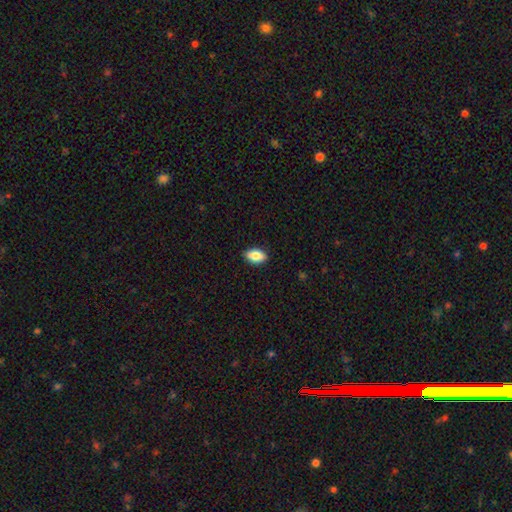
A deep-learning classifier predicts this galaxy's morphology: Smooth or featured? smooth (82%)
How rounded? in between (90%)
Merging? none (88%)